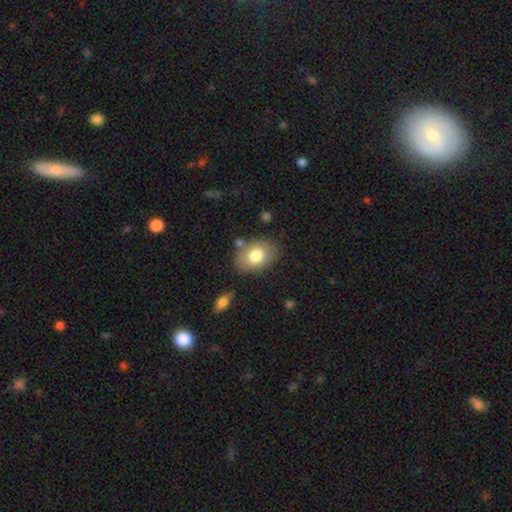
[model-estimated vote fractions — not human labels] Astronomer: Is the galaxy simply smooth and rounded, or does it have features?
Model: smooth — 78%.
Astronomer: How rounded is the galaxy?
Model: in between — 81%.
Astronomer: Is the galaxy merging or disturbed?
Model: none — 77%.